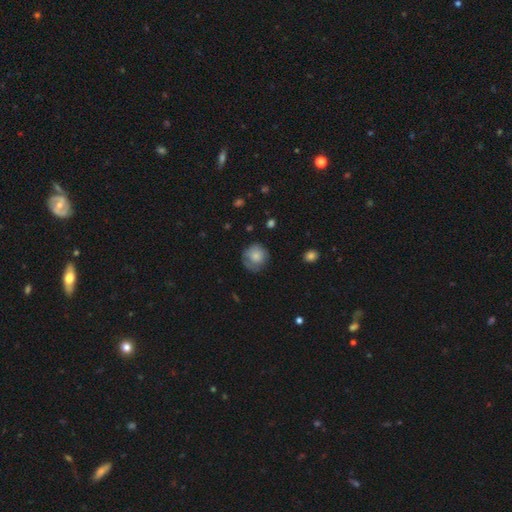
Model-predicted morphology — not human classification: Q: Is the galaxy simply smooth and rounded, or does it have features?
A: smooth — 72%.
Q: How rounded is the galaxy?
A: round — 86%.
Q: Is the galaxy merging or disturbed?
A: none — 65%.